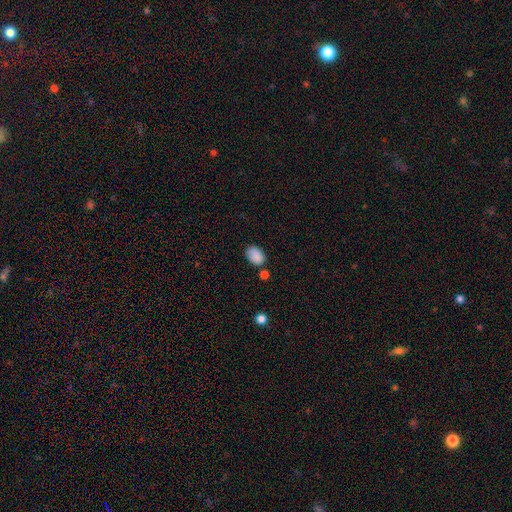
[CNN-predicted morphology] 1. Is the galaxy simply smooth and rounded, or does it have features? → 87% smooth, 8% star or artifact, 4% featured or disk.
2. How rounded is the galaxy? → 84% in between, 15% round, 1% cigar-shaped.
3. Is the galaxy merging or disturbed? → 72% none, 17% minor disturbance, 8% merger, 4% major disturbance.